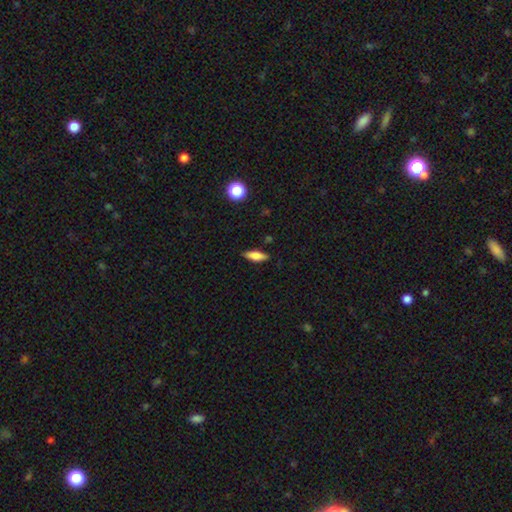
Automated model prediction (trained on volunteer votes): smooth 73%, featured or disk 19%, star or artifact 8%. Down the decision tree: how rounded — in between (59%); merging — none (86%).